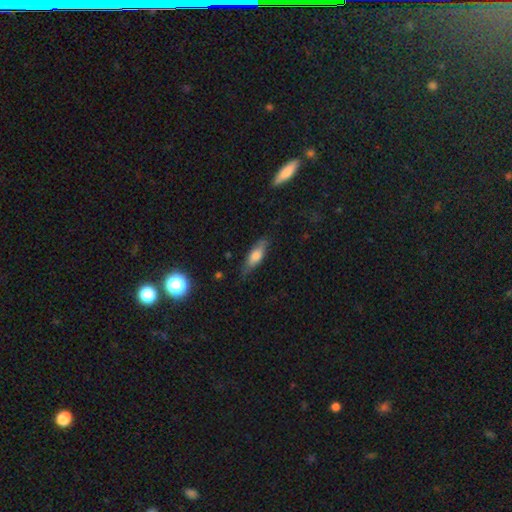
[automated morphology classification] smooth 67%, featured or disk 26%, star or artifact 7%. Down the decision tree: how rounded — in between (57%); merging — none (73%).